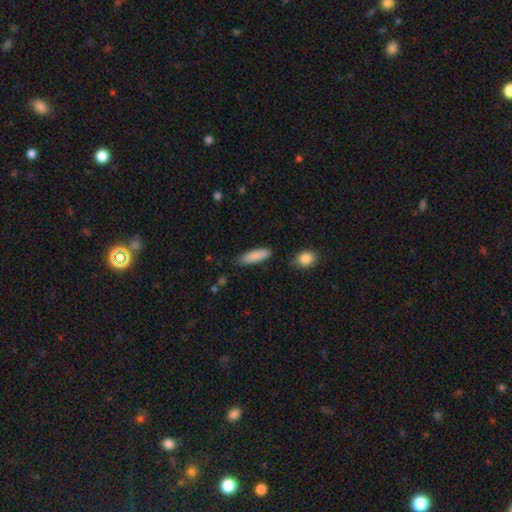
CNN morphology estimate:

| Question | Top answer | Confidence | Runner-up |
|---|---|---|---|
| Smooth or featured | smooth | 86% | featured or disk (8%) |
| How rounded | cigar-shaped | 52% | in between (46%) |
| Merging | none | 79% | minor disturbance (15%) |